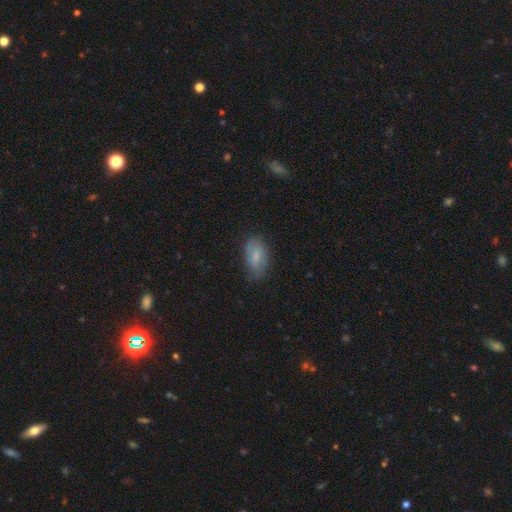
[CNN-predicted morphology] Smooth or featured? Predicted: smooth (p=0.77). How rounded? Predicted: in between (p=0.92). Merging? Predicted: none (p=0.73).